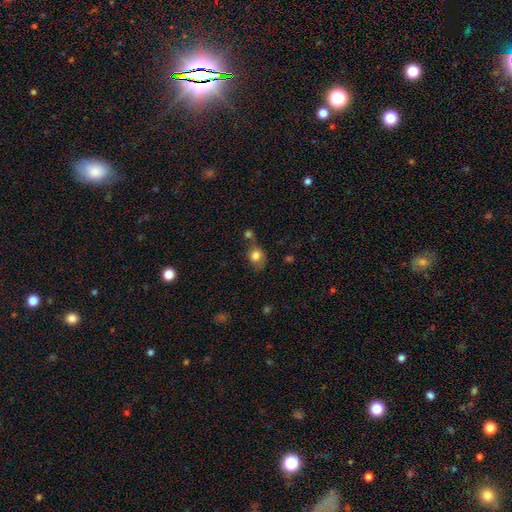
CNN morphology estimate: Overall: smooth (80%). How rounded: round (57%; in between 42%). Merging: none (44%; merger 23%).